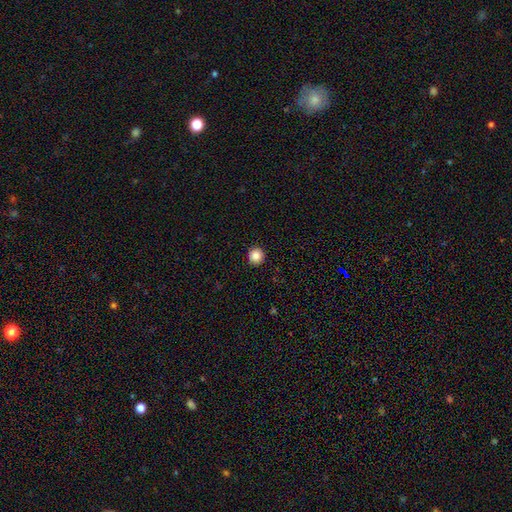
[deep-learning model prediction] Smooth or featured? smooth (85%)
How rounded? round (94%)
Merging? none (93%)